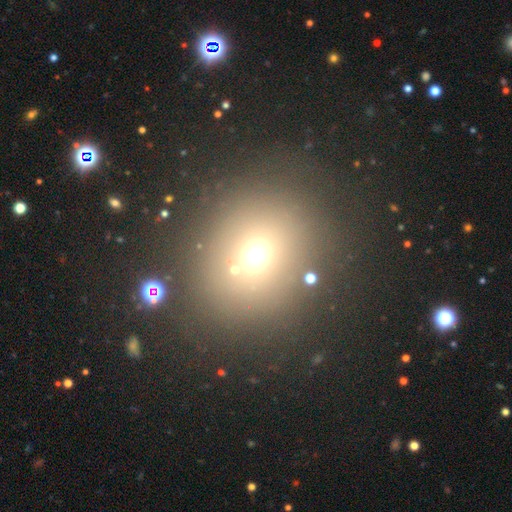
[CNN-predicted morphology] Overall: smooth (62%; star or artifact 28%). How rounded: round (81%). Merging: none (80%).